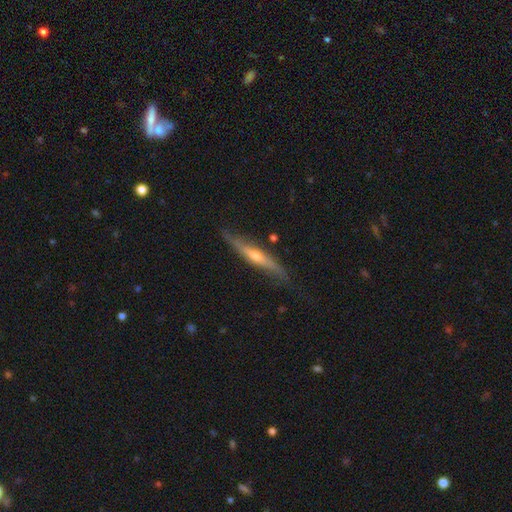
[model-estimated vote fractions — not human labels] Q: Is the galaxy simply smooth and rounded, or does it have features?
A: featured or disk — 73%.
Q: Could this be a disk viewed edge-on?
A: yes — 84%.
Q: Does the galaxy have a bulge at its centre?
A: rounded — 80%.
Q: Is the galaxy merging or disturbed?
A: none — 74%.